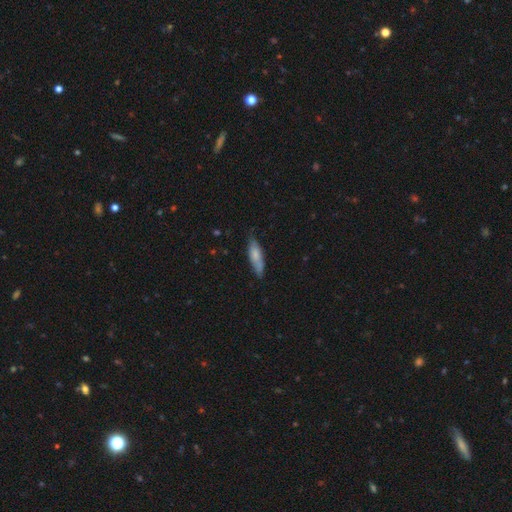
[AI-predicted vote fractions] Smooth or featured? Predicted: smooth (p=0.71). How rounded? Predicted: cigar-shaped (p=0.53). Merging? Predicted: none (p=0.71).